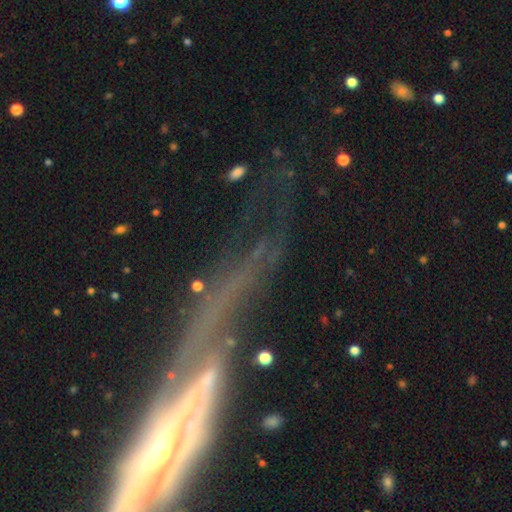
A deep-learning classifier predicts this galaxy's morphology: Smooth or featured: featured or disk — 55% (star or artifact — 26%)
Edge-on disk: no — 60% (yes — 40%)
Merging: none — 39% (major disturbance — 31%)